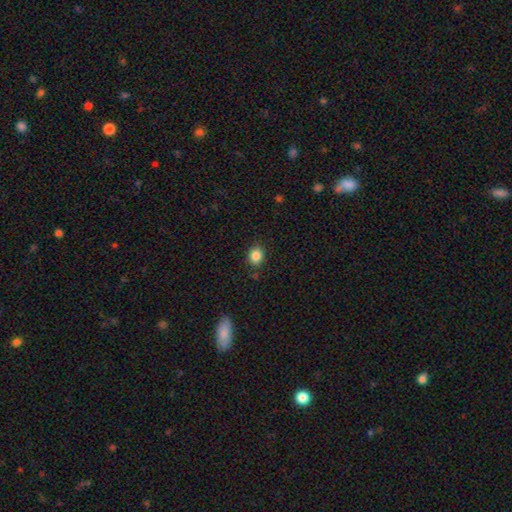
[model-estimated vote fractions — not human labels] This appears to be a smooth galaxy with no disk features (85%) that is round (60%). Merging: none (85%).